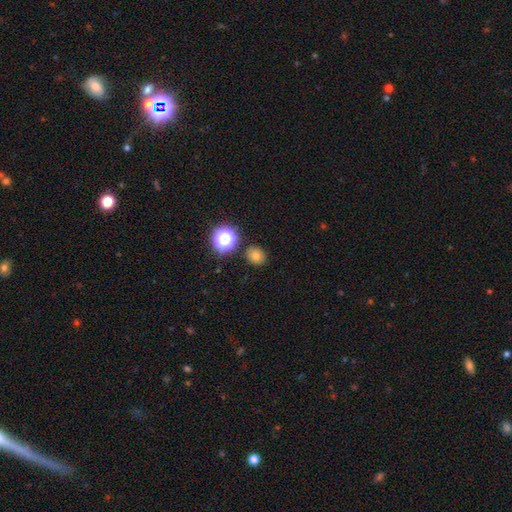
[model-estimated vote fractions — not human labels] Smooth or featured: smooth — 74% (star or artifact — 19%)
How rounded: round — 78% (in between — 21%)
Merging: none — 87% (minor disturbance — 8%)